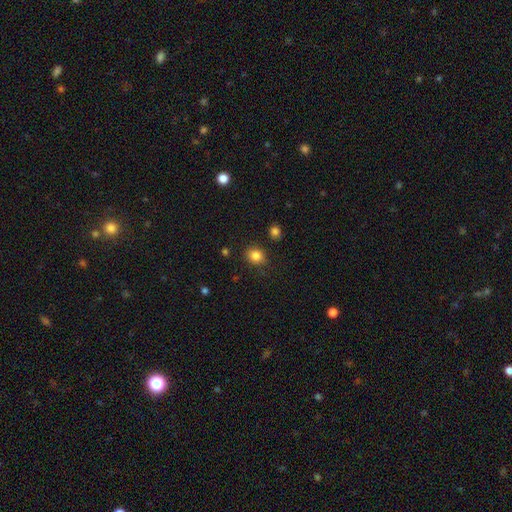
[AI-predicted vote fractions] Overall: smooth (84%). How rounded: round (72%). Merging: none (85%).